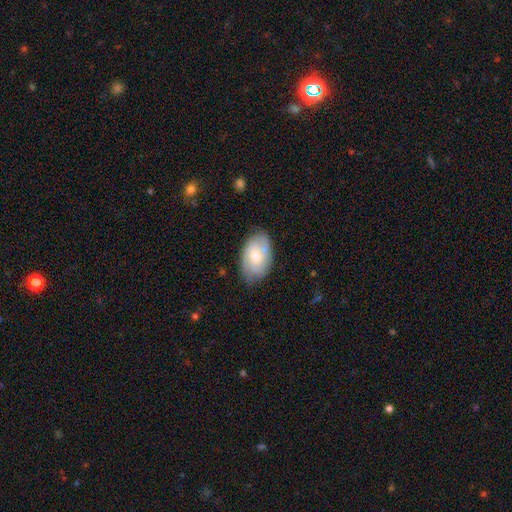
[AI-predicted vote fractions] A smooth galaxy with no disk features (48%). Merging: none (74%).